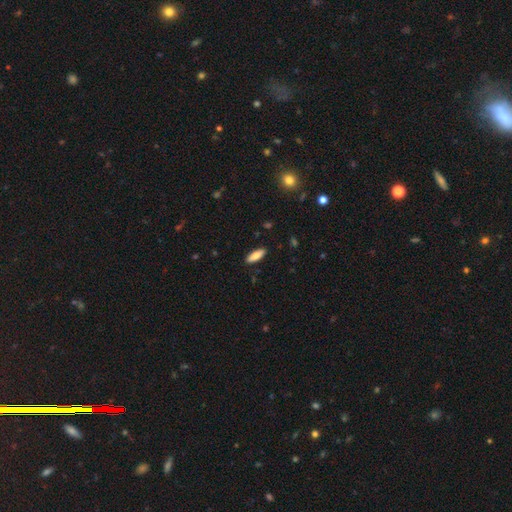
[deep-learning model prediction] Smooth or featured? smooth (80%)
How rounded? in between (59%)
Merging? none (89%)